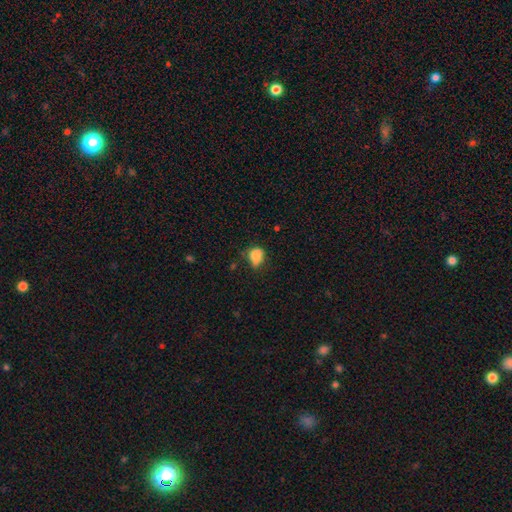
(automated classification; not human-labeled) This is likely a smooth galaxy (80%). How rounded: likely in between (62%). Merging: marginally none (40%).